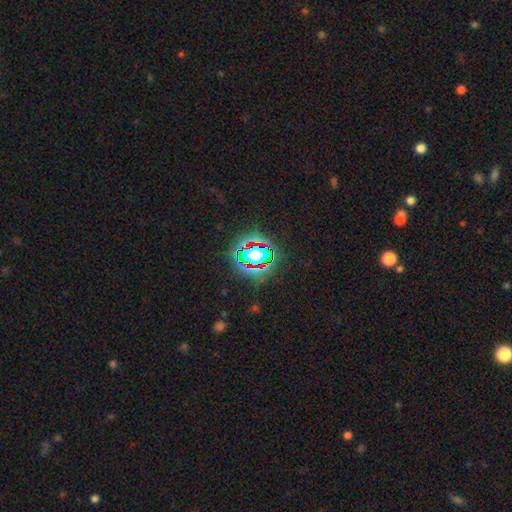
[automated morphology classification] A star or artifact, not a galaxy (62%).